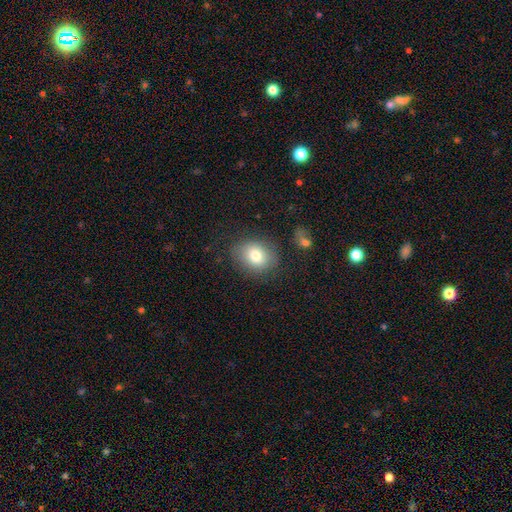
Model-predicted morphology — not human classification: A smooth galaxy with no disk features (76%) that is round (54%).

Vote fractions:
- Smooth or featured? smooth: 76% / featured or disk: 14% / star or artifact: 10%
- How rounded? round: 54% / in between: 45% / cigar-shaped: 1%
- Merging? none: 78% / minor disturbance: 14% / major disturbance: 5% / merger: 3%